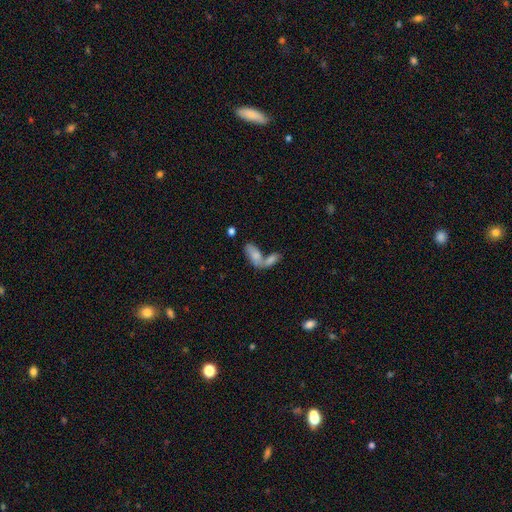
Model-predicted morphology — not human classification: A smooth galaxy with no disk features (72%) that is in between round and cigar-shaped (86%). Merging: merger (65%).